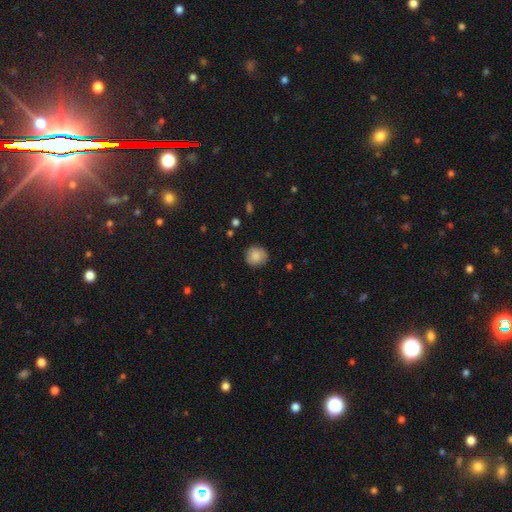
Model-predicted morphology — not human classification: This appears to be a smooth galaxy with no disk features (81%) that is round (88%). Merging: none (82%).